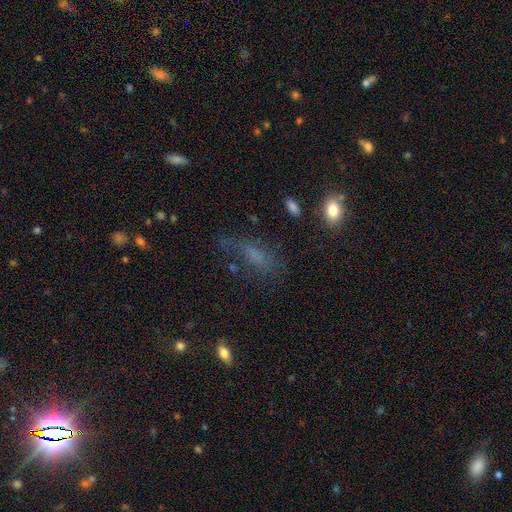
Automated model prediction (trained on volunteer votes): Overall: smooth (53%; featured or disk 23%). How rounded: in between (67%). Merging: none (51%; minor disturbance 23%).